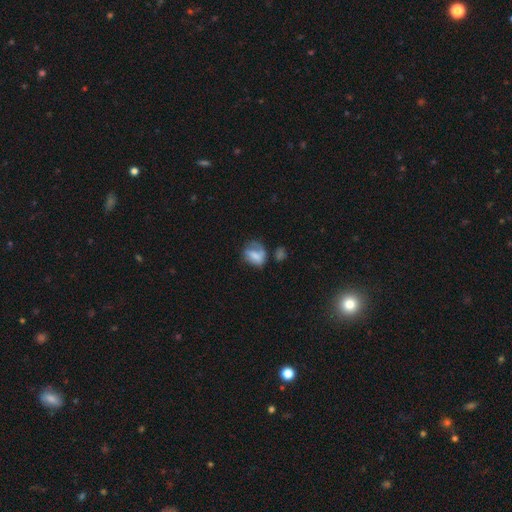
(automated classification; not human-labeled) smooth 57%, featured or disk 32%, star or artifact 10%. Down the decision tree: how rounded — in between (60%); merging — none (35%).